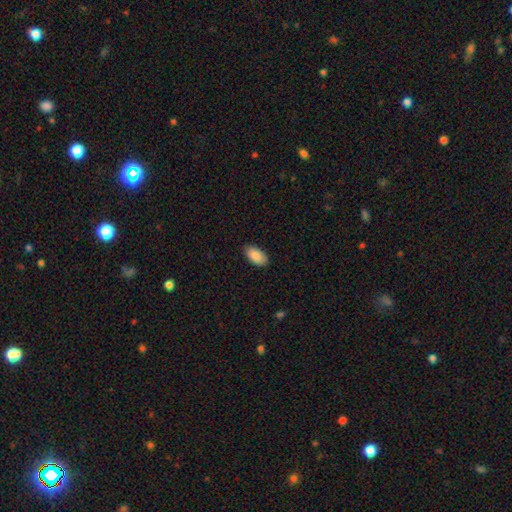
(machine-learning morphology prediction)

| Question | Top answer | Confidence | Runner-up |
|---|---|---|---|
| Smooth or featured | smooth | 89% | star or artifact (6%) |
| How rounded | in between | 95% | round (3%) |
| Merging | none | 88% | minor disturbance (9%) |